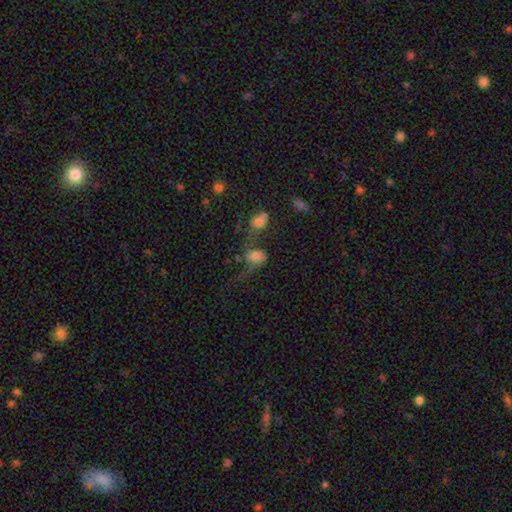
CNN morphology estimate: Overall: smooth (49%; featured or disk 35%). Merging: merger (47%; major disturbance 24%).